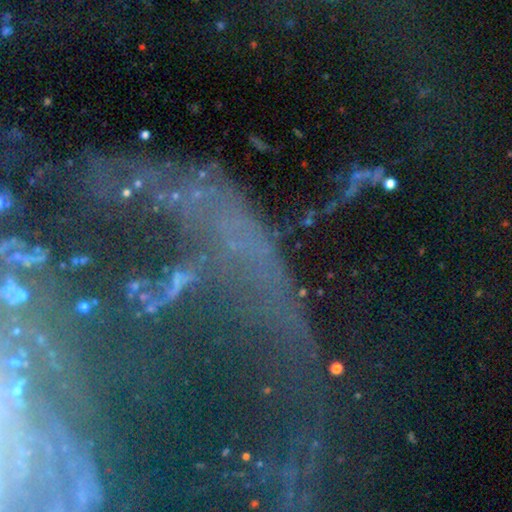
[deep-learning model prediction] A star or artifact, not a galaxy (68%).

Vote fractions:
- Smooth or featured? star or artifact: 68% / featured or disk: 20% / smooth: 12%